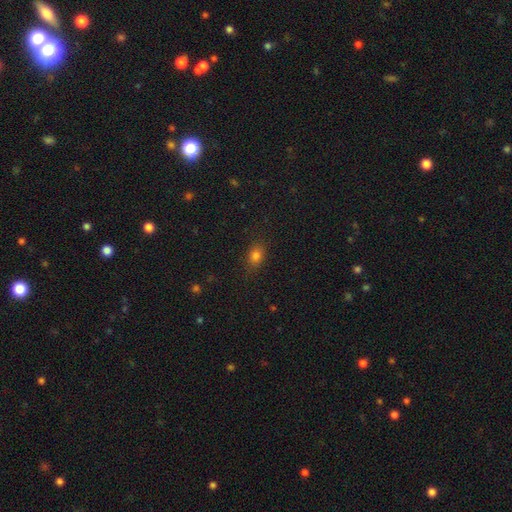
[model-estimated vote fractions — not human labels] smooth_or_featured: smooth (p=0.79) [alt: star or artifact p=0.14]
how_rounded: in between (p=0.66) [alt: round p=0.32]
merging: none (p=0.84) [alt: minor disturbance p=0.12]